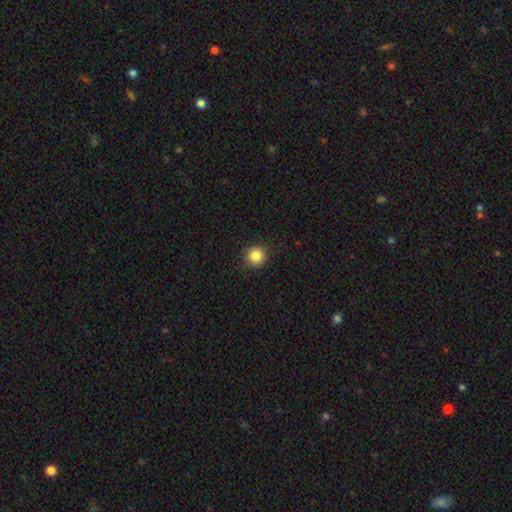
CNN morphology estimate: Smooth or featured? Predicted: smooth (p=0.85). How rounded? Predicted: round (p=0.95). Merging? Predicted: none (p=0.91).